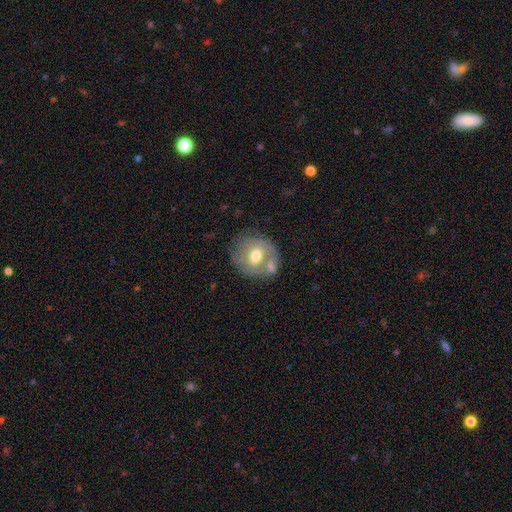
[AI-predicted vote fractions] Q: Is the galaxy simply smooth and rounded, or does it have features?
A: smooth — 48%.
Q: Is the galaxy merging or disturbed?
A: none — 53%.